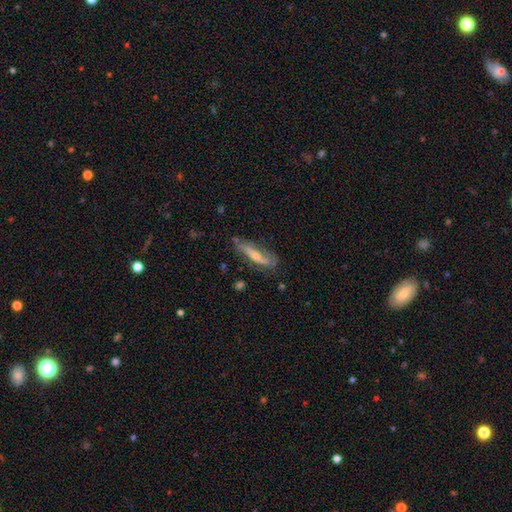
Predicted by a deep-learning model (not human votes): Smooth or featured? featured or disk (69%)
Edge-on disk? yes (51%)
Merging? none (63%)